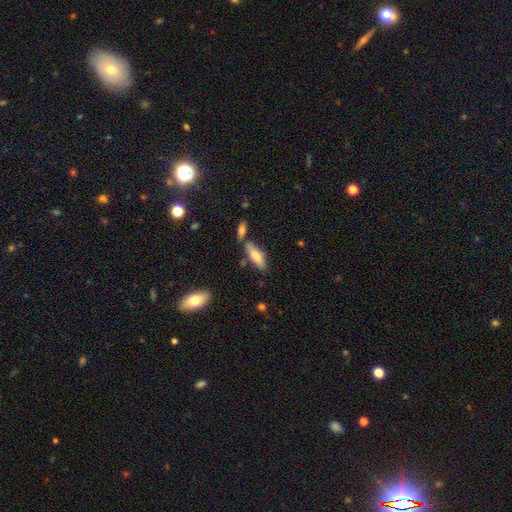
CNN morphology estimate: Smooth or featured: smooth — 74% (featured or disk — 20%)
How rounded: in between — 55% (cigar-shaped — 43%)
Merging: none — 66% (minor disturbance — 16%)